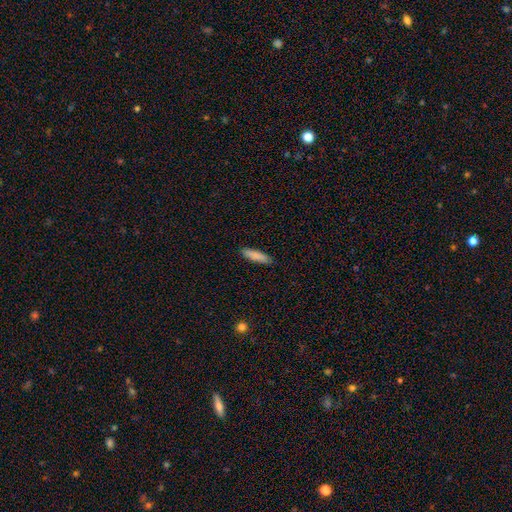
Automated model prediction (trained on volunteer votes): This appears to be a smooth galaxy with no disk features (85%) that is cigar-shaped (73%). Merging: none (89%).